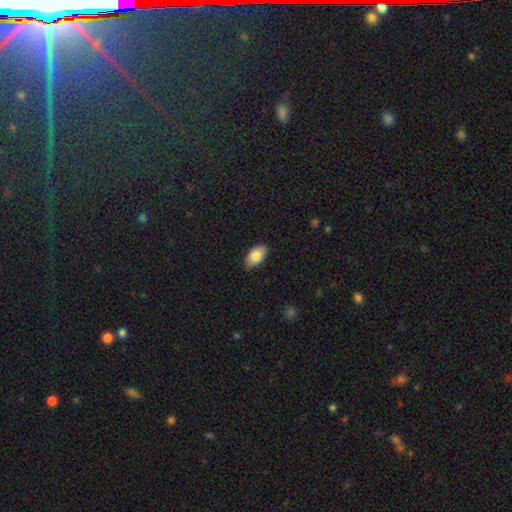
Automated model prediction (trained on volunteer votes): A smooth galaxy with no disk features (84%) that is in between round and cigar-shaped (94%). Merging: none (84%).